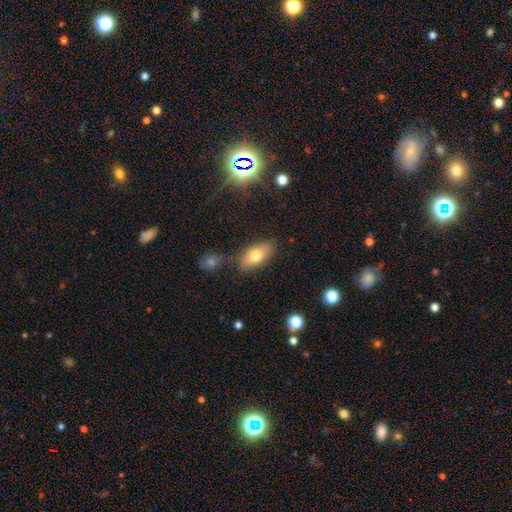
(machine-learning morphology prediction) Smooth or featured: smooth — 76% (featured or disk — 16%)
How rounded: in between — 88% (cigar-shaped — 7%)
Merging: none — 73% (minor disturbance — 15%)